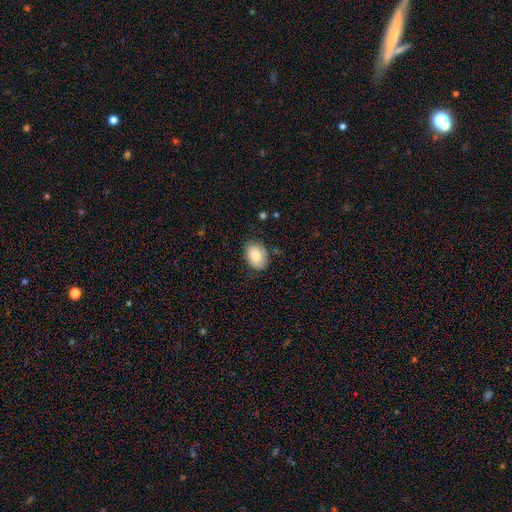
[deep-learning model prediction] smooth-or-featured: smooth: 81% | featured or disk: 12% | star or artifact: 7%
  how-rounded: in between: 79% | round: 20% | cigar-shaped: 1%
  merging: none: 73% | minor disturbance: 21% | major disturbance: 4% | merger: 2%